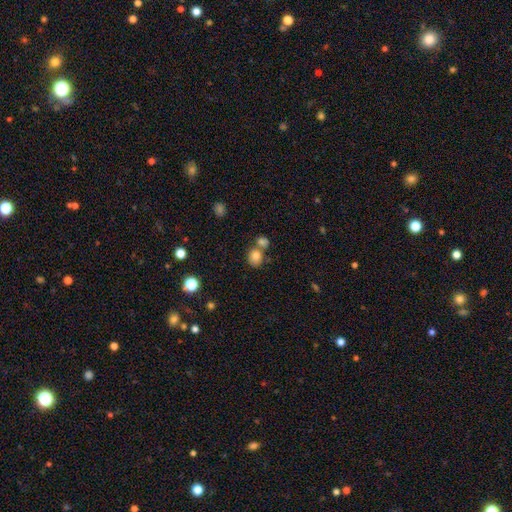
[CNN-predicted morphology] type=smooth (79%); roundness=round (67%); merging=none (49%).